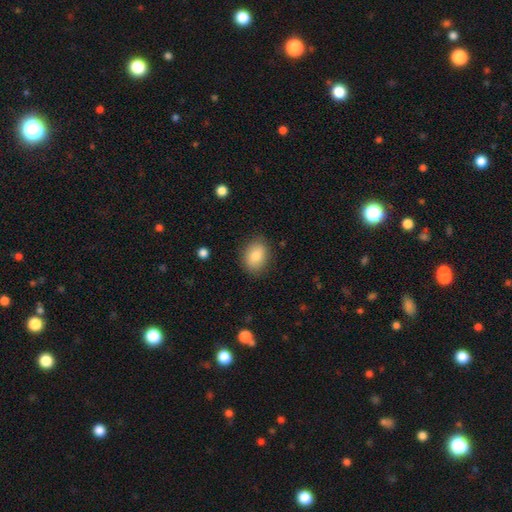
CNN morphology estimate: Smooth or featured? Predicted: smooth (p=0.83). How rounded? Predicted: in between (p=0.70). Merging? Predicted: none (p=0.84).